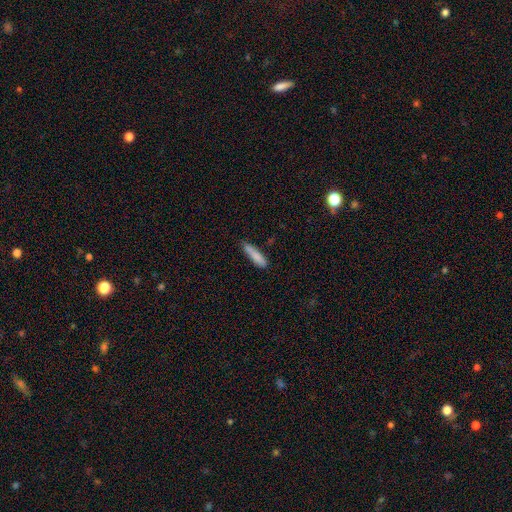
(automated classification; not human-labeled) Smooth or featured? Predicted: smooth (p=0.84). How rounded? Predicted: cigar-shaped (p=0.81). Merging? Predicted: none (p=0.73).